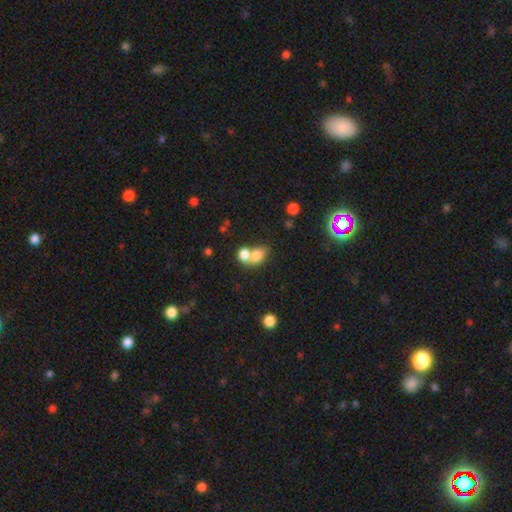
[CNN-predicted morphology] smooth_or_featured: smooth (p=0.76) [alt: featured or disk p=0.14]
how_rounded: in between (p=0.62) [alt: round p=0.36]
merging: merger (p=0.63) [alt: none p=0.26]